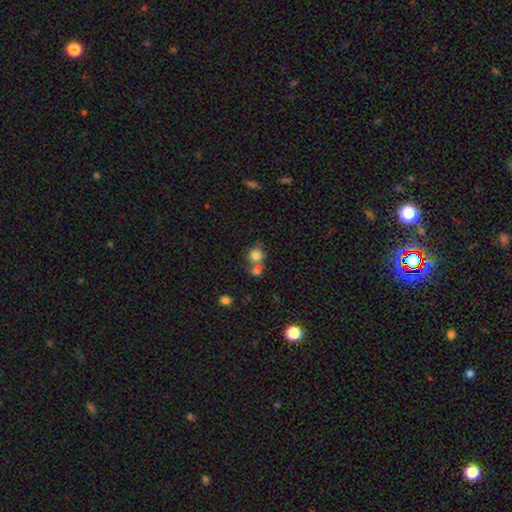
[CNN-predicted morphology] Overall: smooth (77%). How rounded: round (80%). Merging: merger (46%; none 39%).